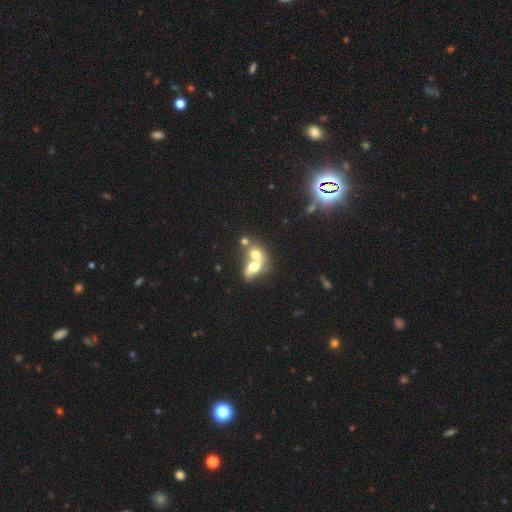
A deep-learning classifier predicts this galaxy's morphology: smooth 50%, featured or disk 32%, star or artifact 18%. Down the decision tree: merging — merger (76%).